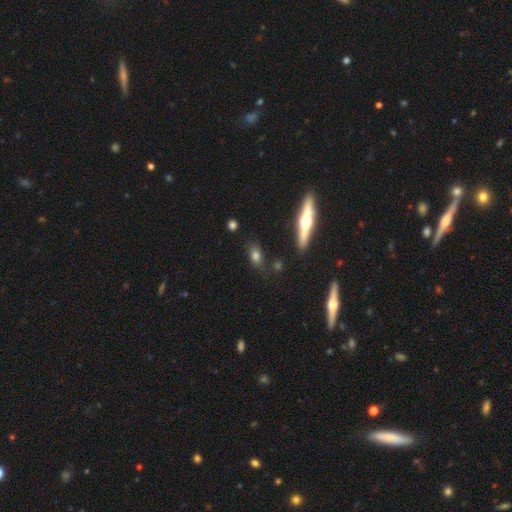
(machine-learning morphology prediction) Overall: smooth (71%). How rounded: in between (70%). Merging: none (78%).